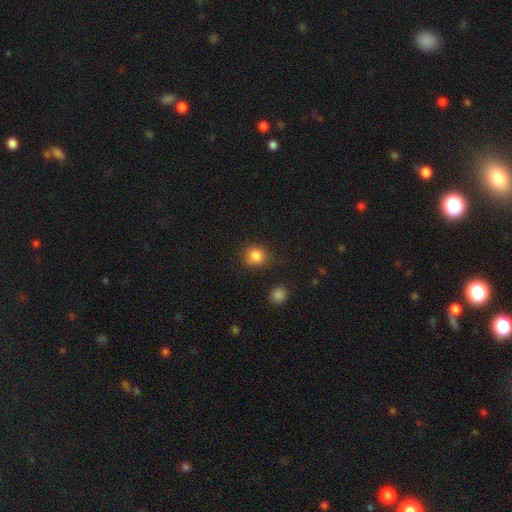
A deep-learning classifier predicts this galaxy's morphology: smooth-or-featured: smooth: 85% | star or artifact: 11% | featured or disk: 4%
  how-rounded: round: 84% | in between: 15% | cigar-shaped: 1%
  merging: none: 79% | minor disturbance: 13% | major disturbance: 4% | merger: 3%